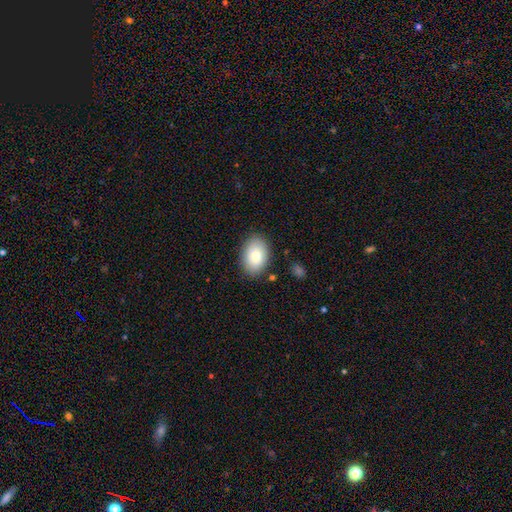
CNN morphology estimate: Q: Smooth or featured?
A: smooth (81%); runner-up: featured or disk (12%)
Q: How rounded?
A: in between (86%); runner-up: round (13%)
Q: Merging?
A: none (85%); runner-up: minor disturbance (11%)